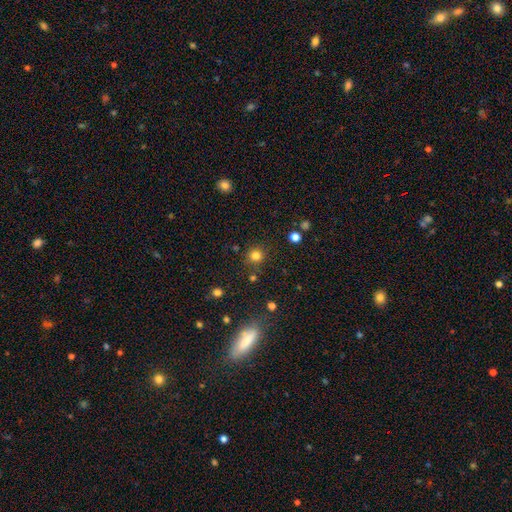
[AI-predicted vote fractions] Morphology: type=smooth (80%); roundness=round (90%); merging=none (84%).